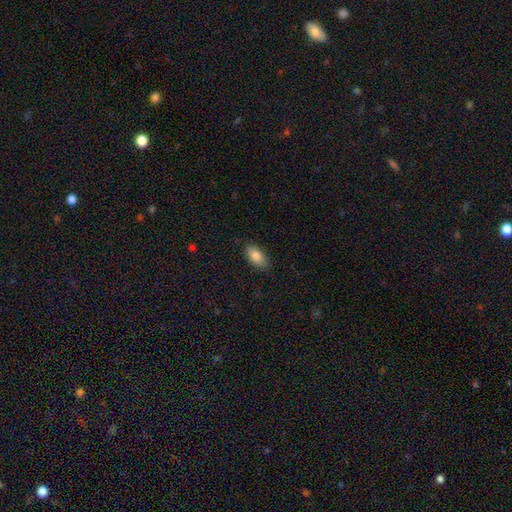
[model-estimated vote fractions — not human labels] smooth-or-featured: smooth: 85% | featured or disk: 9% | star or artifact: 7%
  how-rounded: in between: 91% | cigar-shaped: 6% | round: 3%
  merging: none: 86% | minor disturbance: 11% | major disturbance: 2% | merger: 1%